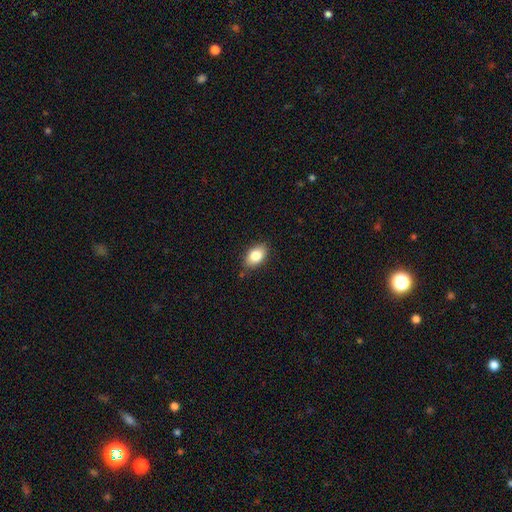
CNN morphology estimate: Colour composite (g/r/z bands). It shows a smooth galaxy with no disk features (83%) that is in between round and cigar-shaped (88%). Merging: none (84%).